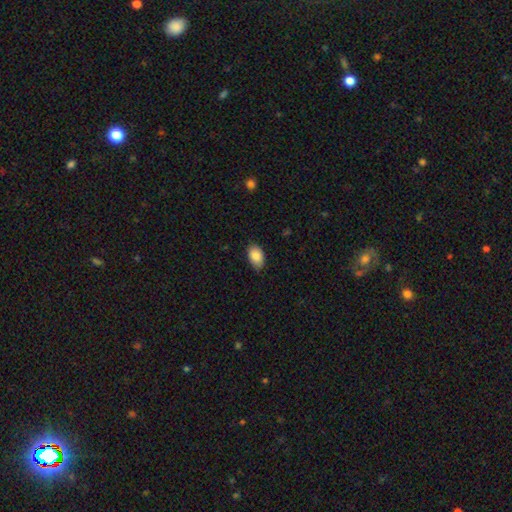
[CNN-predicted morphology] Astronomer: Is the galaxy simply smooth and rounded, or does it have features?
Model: smooth — 86%.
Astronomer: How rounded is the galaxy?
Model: in between — 90%.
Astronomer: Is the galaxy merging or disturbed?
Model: none — 82%.